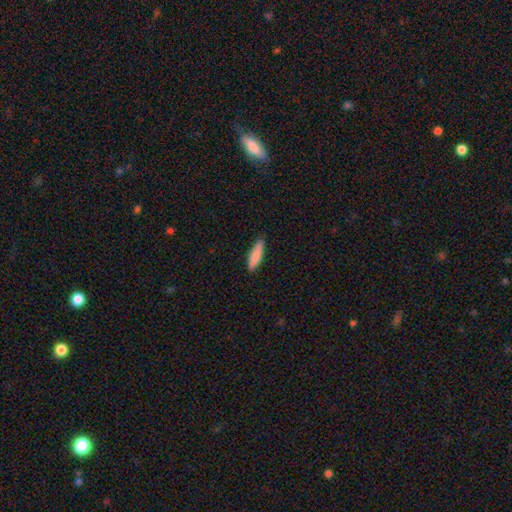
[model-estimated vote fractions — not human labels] smooth 86%, featured or disk 8%, star or artifact 6%. Down the decision tree: how rounded — cigar-shaped (71%); merging — none (86%).